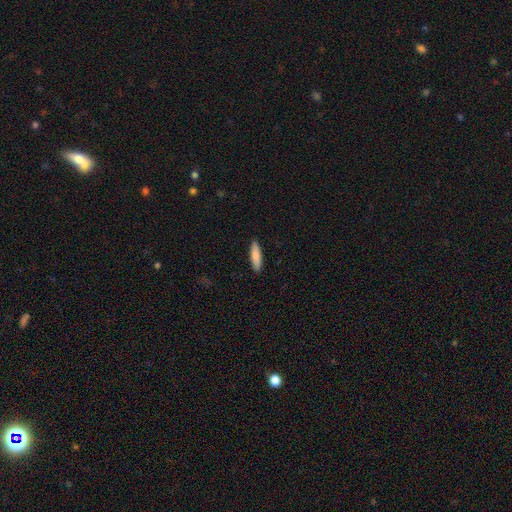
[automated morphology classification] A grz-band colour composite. It shows a smooth galaxy with no disk features (85%) that is cigar-shaped (70%). Merging: none (90%).